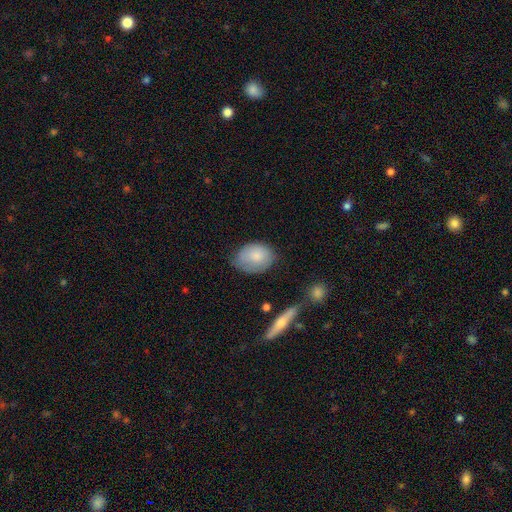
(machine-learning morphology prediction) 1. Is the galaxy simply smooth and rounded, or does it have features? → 79% smooth, 15% featured or disk, 7% star or artifact.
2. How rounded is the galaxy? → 74% in between, 24% round, 1% cigar-shaped.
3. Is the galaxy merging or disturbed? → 62% none, 28% minor disturbance, 7% major disturbance, 3% merger.